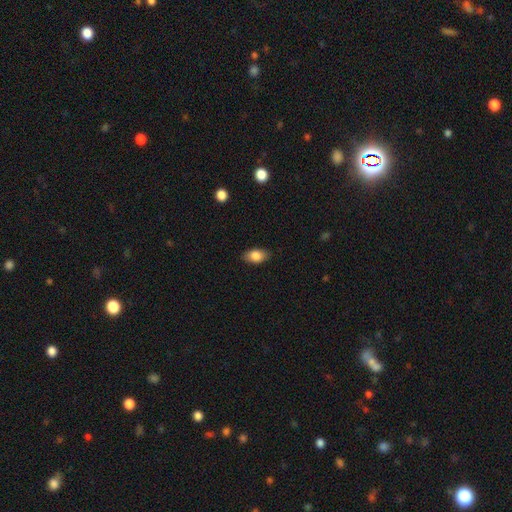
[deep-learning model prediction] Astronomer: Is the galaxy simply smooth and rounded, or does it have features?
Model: smooth — 84%.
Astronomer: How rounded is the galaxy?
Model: in between — 89%.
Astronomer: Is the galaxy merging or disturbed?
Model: none — 85%.